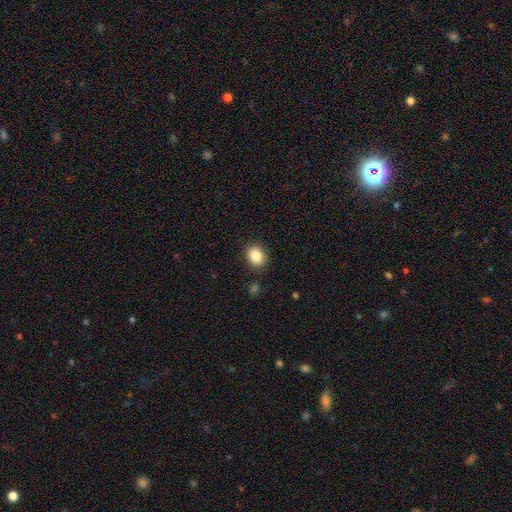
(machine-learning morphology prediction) A smooth galaxy with no disk features (86%) that is in between round and cigar-shaped (62%). Merging: none (87%).